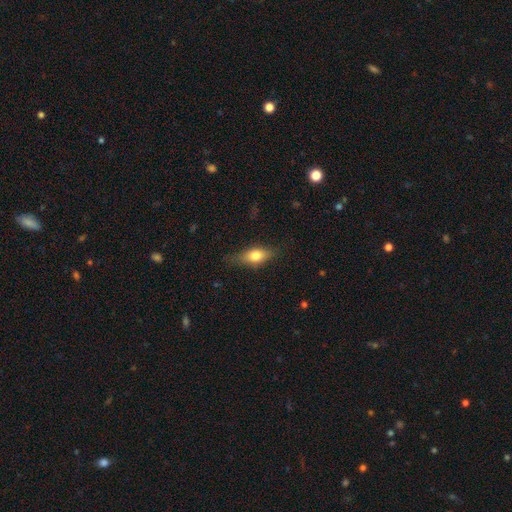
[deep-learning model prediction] A smooth galaxy with no disk features (71%) that is in between round and cigar-shaped (77%). Merging: none (75%).